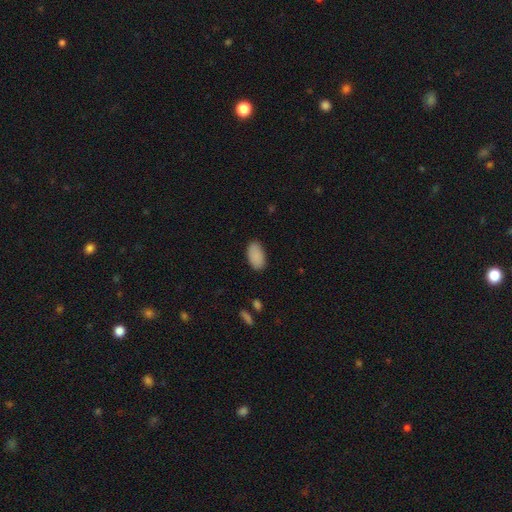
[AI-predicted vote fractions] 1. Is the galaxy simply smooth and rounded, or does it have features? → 89% smooth, 7% star or artifact, 4% featured or disk.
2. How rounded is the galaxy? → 95% in between, 3% round, 2% cigar-shaped.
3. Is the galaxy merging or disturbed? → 87% none, 10% minor disturbance, 2% major disturbance, 1% merger.